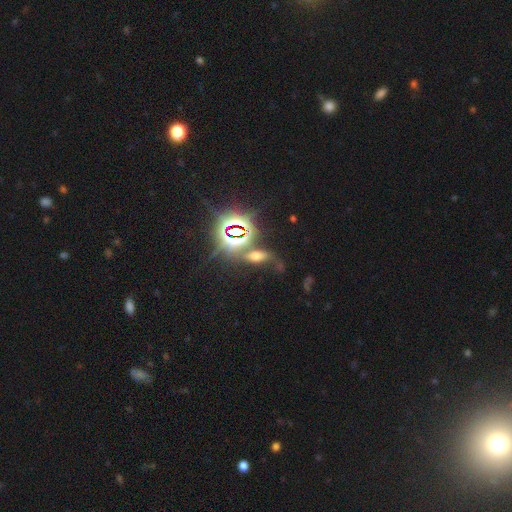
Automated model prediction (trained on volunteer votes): smooth_or_featured: star or artifact (p=0.47) [alt: smooth p=0.33]